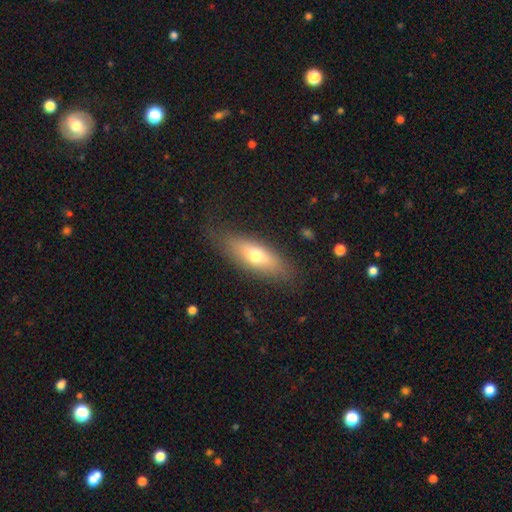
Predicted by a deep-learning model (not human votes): This is likely a smooth galaxy (64%). How rounded: likely in between (61%). Merging: likely none (77%).